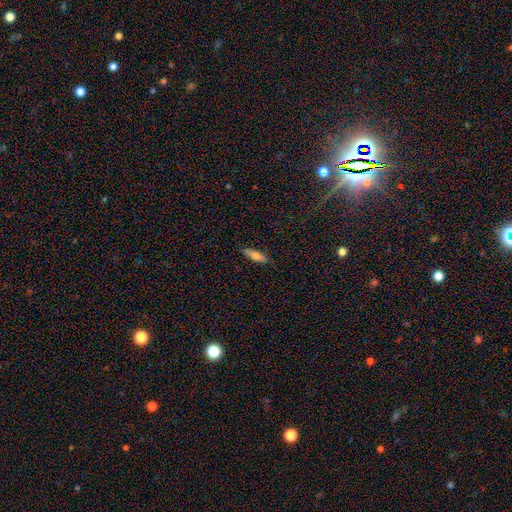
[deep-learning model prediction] smooth_or_featured: smooth (p=0.68) [alt: featured or disk p=0.25]
how_rounded: cigar-shaped (p=0.57) [alt: in between p=0.41]
merging: none (p=0.86) [alt: minor disturbance p=0.11]